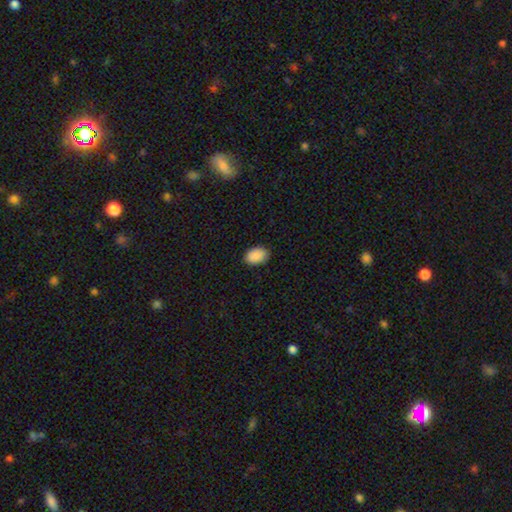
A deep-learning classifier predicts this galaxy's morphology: Smooth or featured? smooth (90%)
How rounded? in between (89%)
Merging? none (87%)